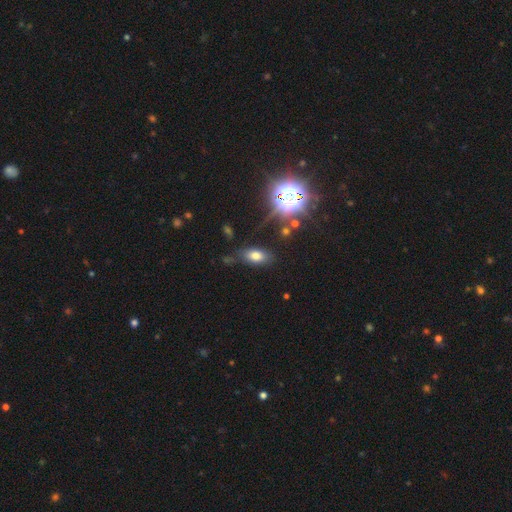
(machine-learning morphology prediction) smooth-or-featured: smooth: 69% | star or artifact: 19% | featured or disk: 12%
  how-rounded: in between: 87% | round: 8% | cigar-shaped: 5%
  merging: none: 75% | minor disturbance: 15% | major disturbance: 6% | merger: 4%